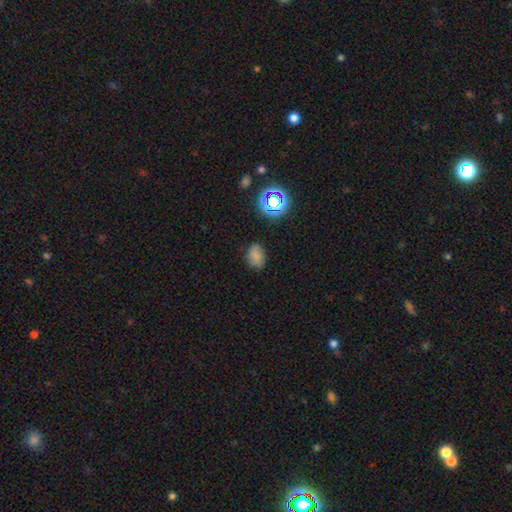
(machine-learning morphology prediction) Overall: smooth (73%). How rounded: in between (74%). Merging: none (78%).